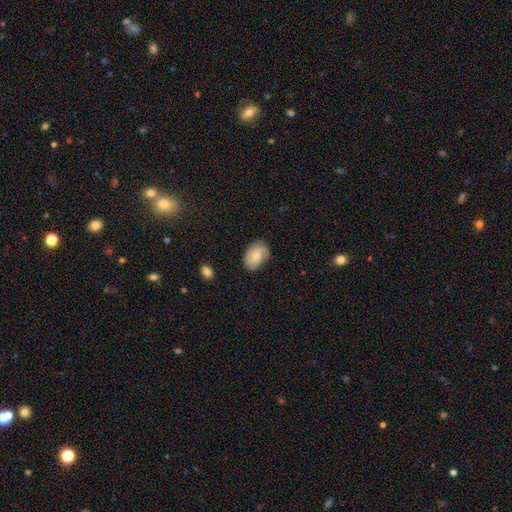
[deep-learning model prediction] This appears to be a smooth galaxy with no disk features (48%). Merging: none (68%).